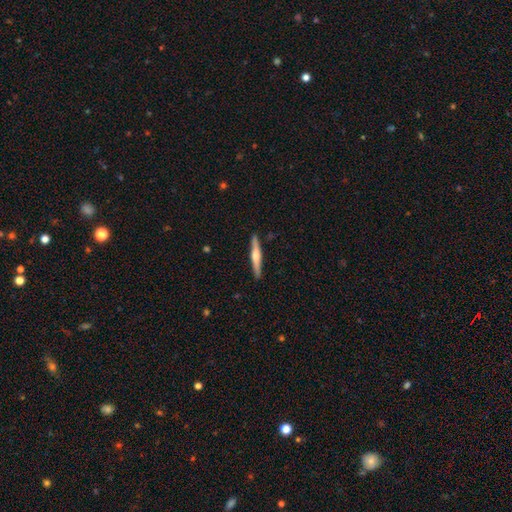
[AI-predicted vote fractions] Smooth or featured? Predicted: featured or disk (p=0.61). Edge-on disk? Predicted: yes (p=0.98). Edge-on bulge? Predicted: rounded (p=0.83). Merging? Predicted: none (p=0.91).